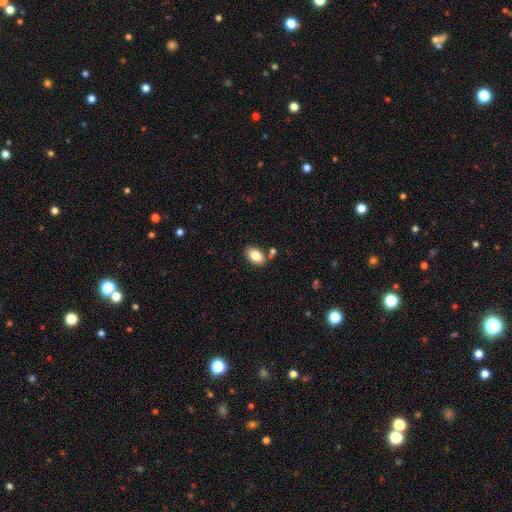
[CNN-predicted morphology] type=smooth (84%); roundness=in between (91%); merging=none (78%).